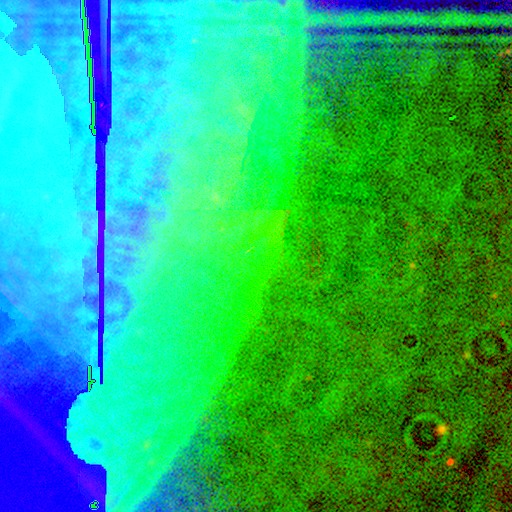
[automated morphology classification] star or artifact 74%, featured or disk 15%, smooth 11%.